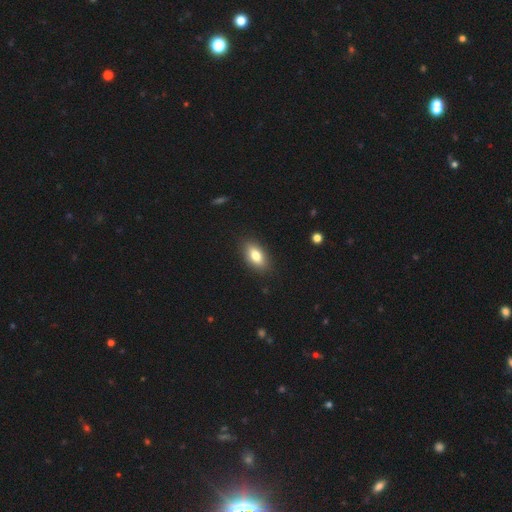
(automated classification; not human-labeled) smooth 78%, featured or disk 14%, star or artifact 8%. Down the decision tree: how rounded — in between (87%); merging — none (88%).